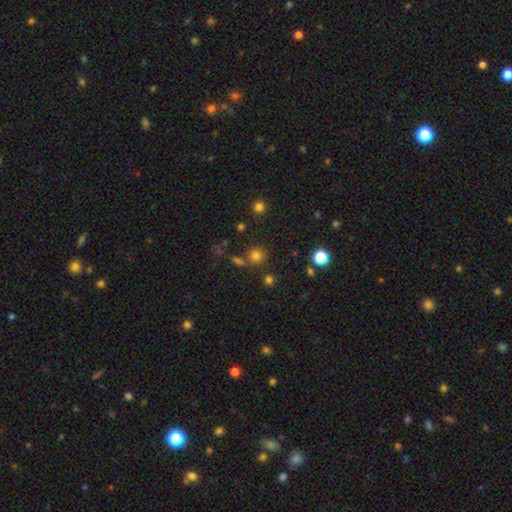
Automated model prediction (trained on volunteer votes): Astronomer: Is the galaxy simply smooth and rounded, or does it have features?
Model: smooth — 74%.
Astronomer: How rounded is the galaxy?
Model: round — 88%.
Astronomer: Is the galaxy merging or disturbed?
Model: none — 71%.